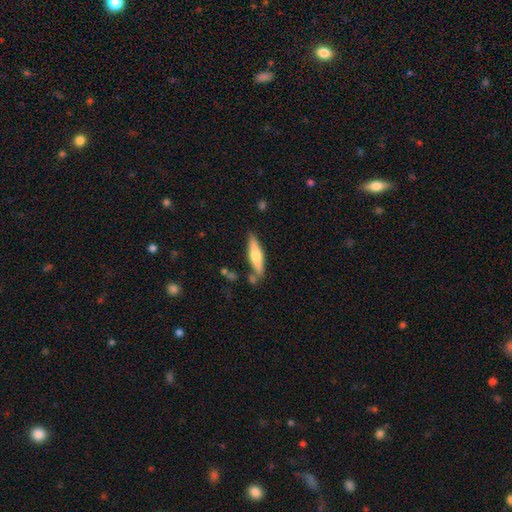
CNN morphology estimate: A smooth galaxy with no disk features (50%) that is cigar-shaped (74%).

Vote fractions:
- Smooth or featured? smooth: 50% / featured or disk: 44% / star or artifact: 6%
- How rounded? cigar-shaped: 74% / in between: 24% / round: 2%
- Merging? none: 77% / minor disturbance: 13% / merger: 7% / major disturbance: 3%